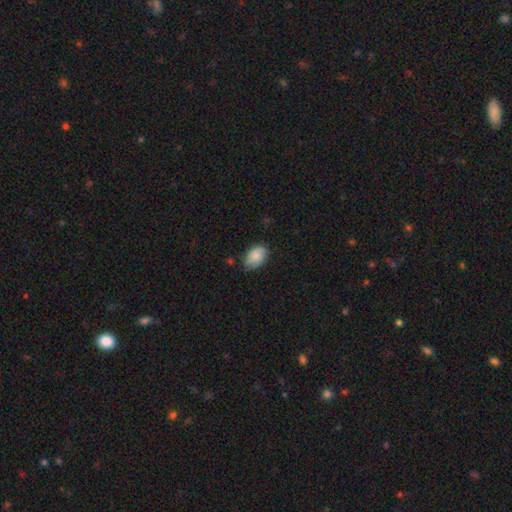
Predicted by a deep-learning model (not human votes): A smooth galaxy with no disk features (82%) that is in between round and cigar-shaped (85%). Merging: none (65%).